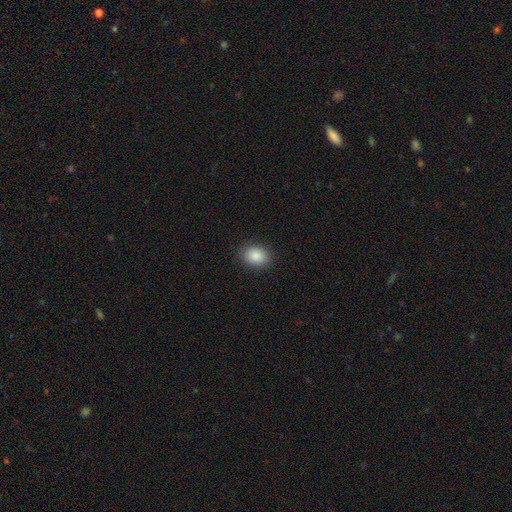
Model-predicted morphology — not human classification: A smooth galaxy with no disk features (88%) that is in between round and cigar-shaped (64%).

Vote fractions:
- Smooth or featured? smooth: 88% / star or artifact: 8% / featured or disk: 4%
- How rounded? in between: 64% / round: 35% / cigar-shaped: 1%
- Merging? none: 89% / minor disturbance: 8% / major disturbance: 2% / merger: 1%